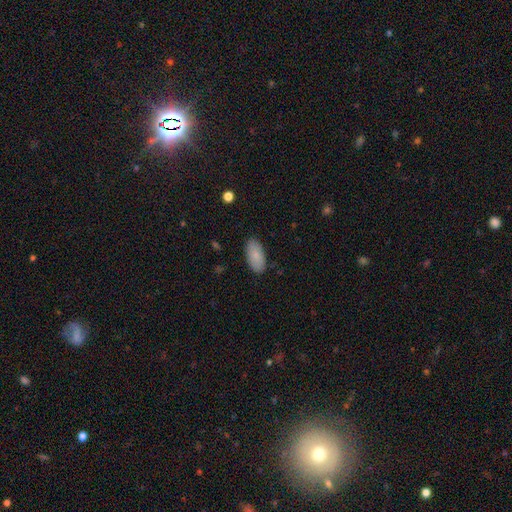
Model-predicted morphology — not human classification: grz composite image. It shows a smooth galaxy with no disk features (86%) that is in between round and cigar-shaped (92%). Merging: none (88%).